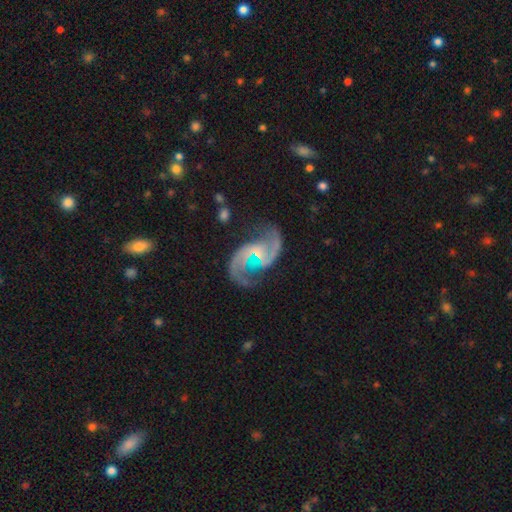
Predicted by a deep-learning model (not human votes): Q: Smooth or featured?
A: featured or disk (92%); runner-up: star or artifact (5%)
Q: Edge-on disk?
A: no (98%); runner-up: yes (2%)
Q: Bar?
A: weak (52%); runner-up: strong (25%)
Q: Spiral arms?
A: yes (97%); runner-up: no (3%)
Q: Spiral winding?
A: loose (51%); runner-up: medium (41%)
Q: Spiral arm count?
A: 2 (94%); runner-up: can't tell (2%)
Q: Bulge size?
A: small (62%); runner-up: none (19%)
Q: Merging?
A: none (67%); runner-up: minor disturbance (18%)